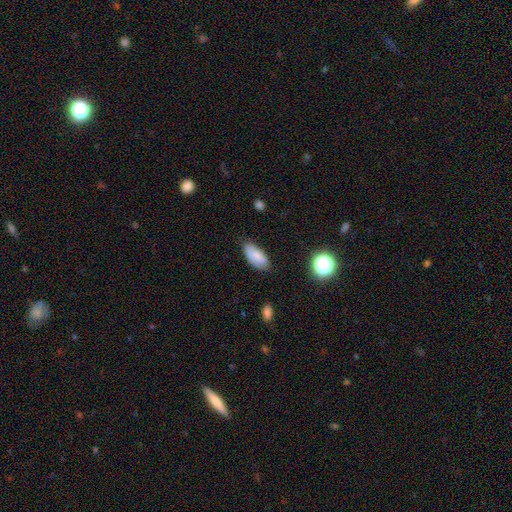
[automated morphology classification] Smooth or featured? smooth (79%)
How rounded? in between (88%)
Merging? none (76%)